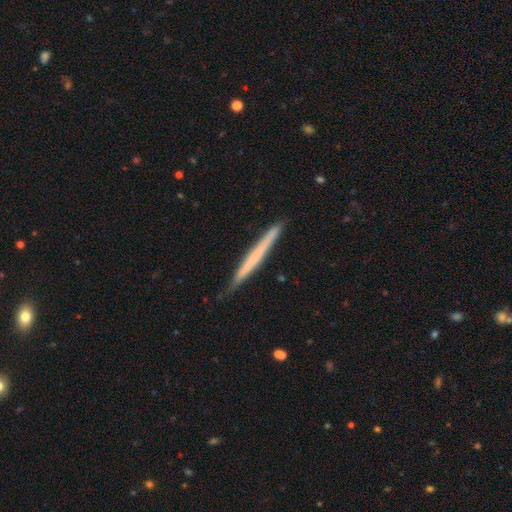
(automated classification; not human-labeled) Smooth or featured?
  - smooth: 51% *
  - featured or disk: 43%
  - star or artifact: 6%
How rounded?
  - cigar-shaped: 97% *
  - in between: 2%
  - round: 1%
Merging?
  - none: 85% *
  - minor disturbance: 12%
  - major disturbance: 2%
  - merger: 1%